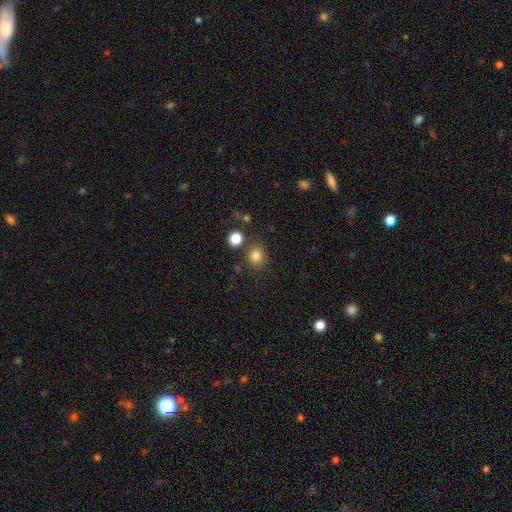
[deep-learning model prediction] A smooth galaxy with no disk features (83%) that is round (78%).

Vote fractions:
- Smooth or featured? smooth: 83% / star or artifact: 12% / featured or disk: 5%
- How rounded? round: 78% / in between: 21% / cigar-shaped: 1%
- Merging? none: 80% / minor disturbance: 10% / merger: 7% / major disturbance: 3%